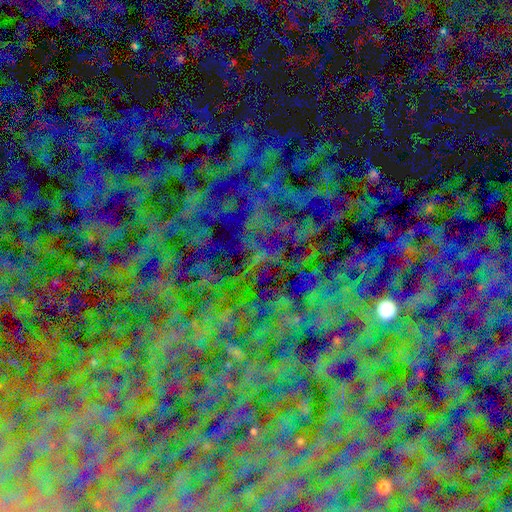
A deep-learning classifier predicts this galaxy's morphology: Smooth or featured? Predicted: star or artifact (p=0.82).